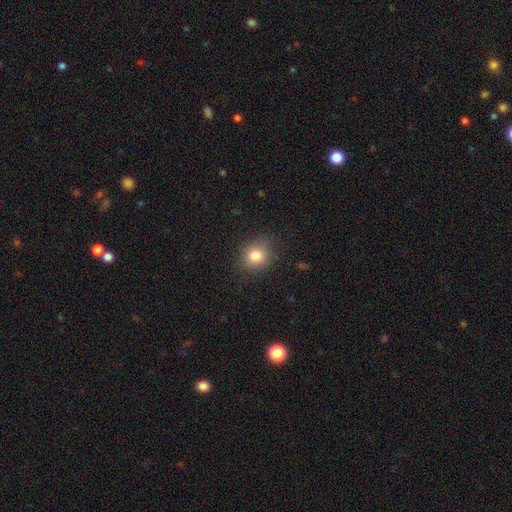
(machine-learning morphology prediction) A smooth galaxy with no disk features (81%) that is round (71%).

Vote fractions:
- Smooth or featured? smooth: 81% / star or artifact: 12% / featured or disk: 8%
- How rounded? round: 71% / in between: 28% / cigar-shaped: 1%
- Merging? none: 85% / minor disturbance: 11% / major disturbance: 3% / merger: 1%